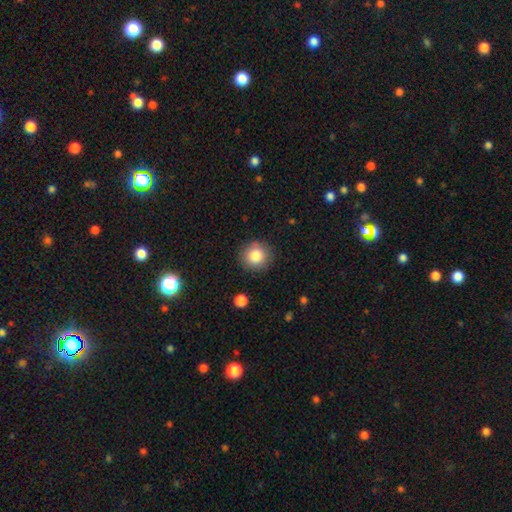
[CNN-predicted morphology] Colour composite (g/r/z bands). It shows a smooth galaxy with no disk features (83%) that is round (92%). Merging: none (89%).